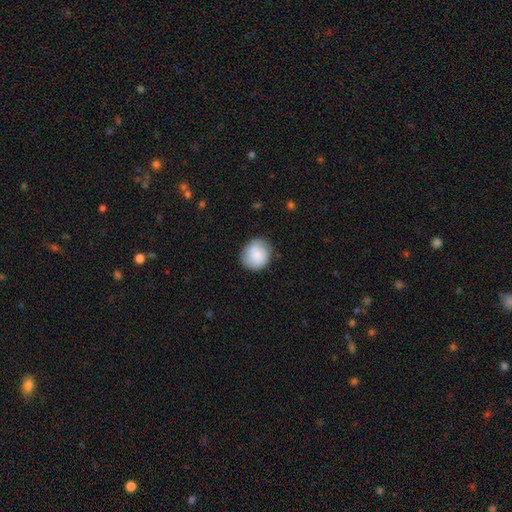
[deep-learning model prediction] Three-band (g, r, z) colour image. It shows a smooth galaxy with no disk features (81%) that is round (84%). Merging: none (82%).